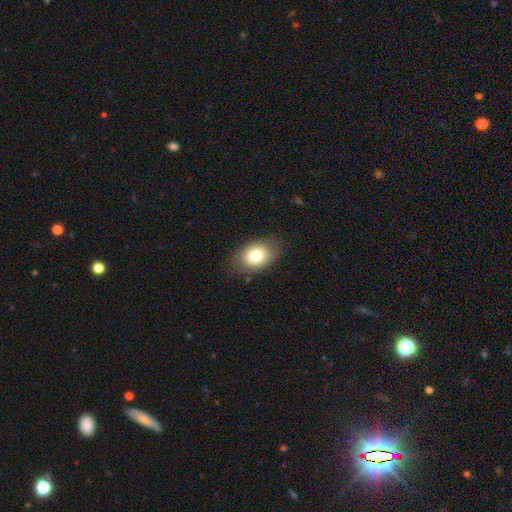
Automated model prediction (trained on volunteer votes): The model was most divided on "how rounded": in between: 81%, round: 18%, cigar-shaped: 1%. More confident: merging — none (81%); smooth or featured — smooth (78%).